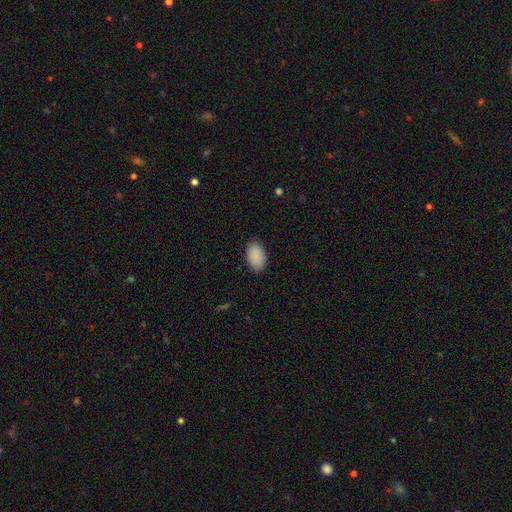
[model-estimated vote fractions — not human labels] Smooth or featured: smooth — 89% (star or artifact — 7%)
How rounded: in between — 92% (round — 6%)
Merging: none — 86% (minor disturbance — 10%)